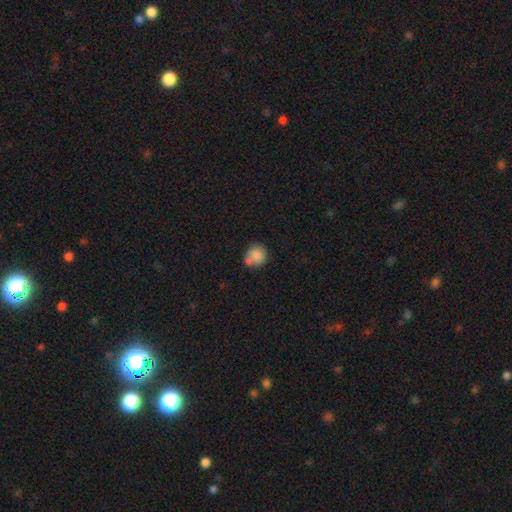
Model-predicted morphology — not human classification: A smooth galaxy with no disk features (82%) that is round (83%).

Vote fractions:
- Smooth or featured? smooth: 82% / featured or disk: 9% / star or artifact: 9%
- How rounded? round: 83% / in between: 16% / cigar-shaped: 1%
- Merging? none: 54% / minor disturbance: 20% / merger: 20% / major disturbance: 5%